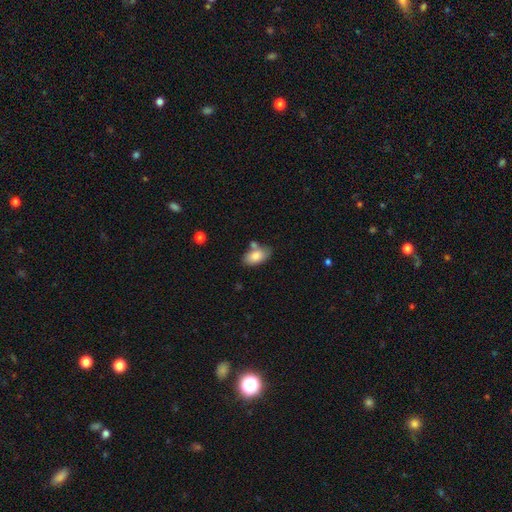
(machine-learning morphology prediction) Smooth or featured: smooth — 82% (featured or disk — 11%)
How rounded: in between — 93% (round — 5%)
Merging: none — 66% (minor disturbance — 16%)